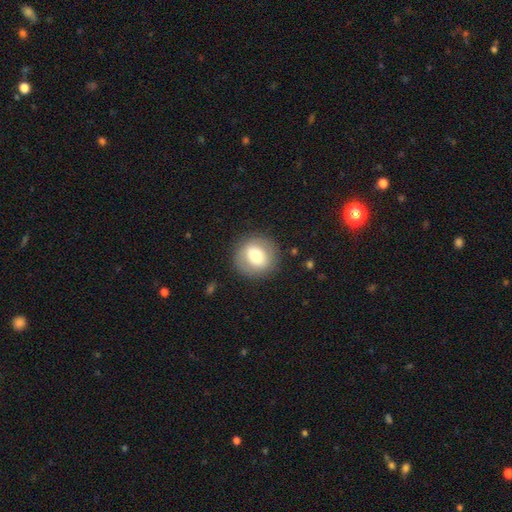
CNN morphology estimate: A smooth galaxy with no disk features (66%) that is round (86%).

Vote fractions:
- Smooth or featured? smooth: 66% / featured or disk: 26% / star or artifact: 8%
- How rounded? round: 86% / in between: 13% / cigar-shaped: 1%
- Merging? none: 86% / minor disturbance: 9% / major disturbance: 4% / merger: 1%